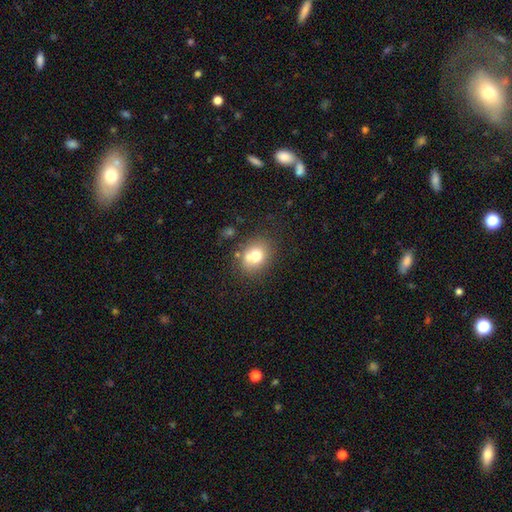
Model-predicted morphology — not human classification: A smooth galaxy with no disk features (71%) that is round (55%).

Vote fractions:
- Smooth or featured? smooth: 71% / featured or disk: 18% / star or artifact: 11%
- How rounded? round: 55% / in between: 44% / cigar-shaped: 1%
- Merging? none: 61% / merger: 20% / minor disturbance: 15% / major disturbance: 5%